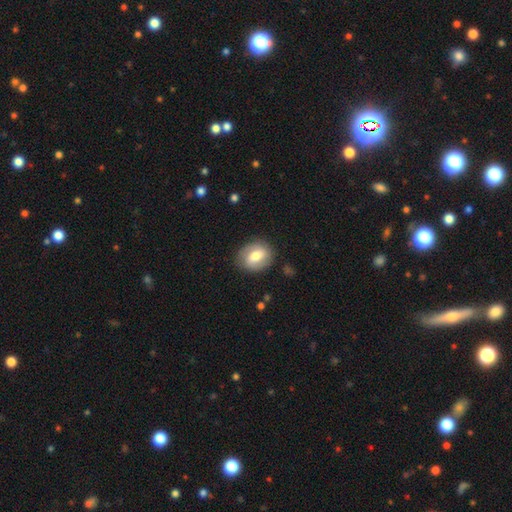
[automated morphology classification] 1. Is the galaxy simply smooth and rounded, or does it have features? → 54% smooth, 39% featured or disk, 7% star or artifact.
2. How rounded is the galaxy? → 52% in between, 47% round, 1% cigar-shaped.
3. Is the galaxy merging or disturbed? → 82% none, 13% minor disturbance, 4% major disturbance, 1% merger.